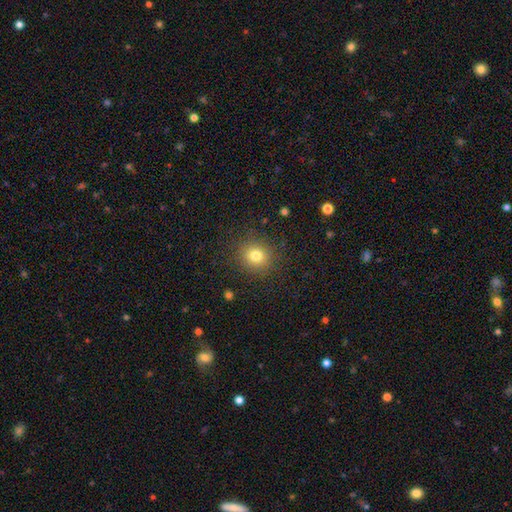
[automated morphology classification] Smooth or featured? Predicted: smooth (p=0.79). How rounded? Predicted: round (p=0.84). Merging? Predicted: none (p=0.88).